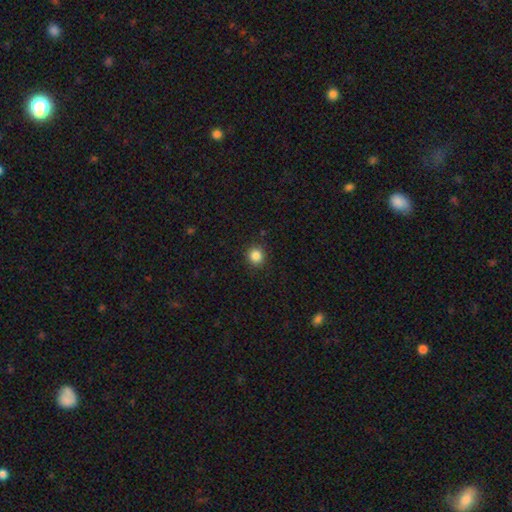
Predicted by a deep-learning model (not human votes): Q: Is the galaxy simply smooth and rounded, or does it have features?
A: smooth — 85%.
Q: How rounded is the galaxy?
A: round — 91%.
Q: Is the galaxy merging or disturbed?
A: none — 90%.